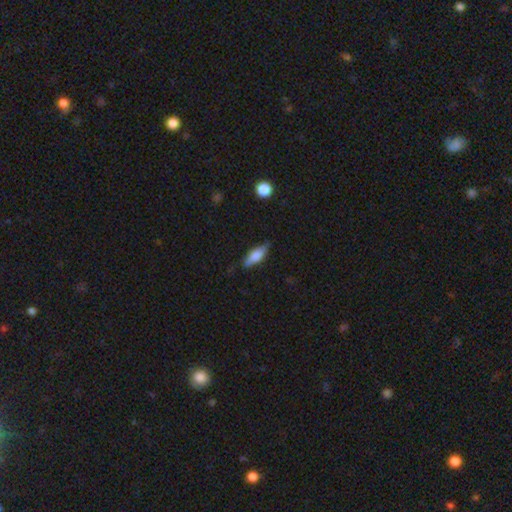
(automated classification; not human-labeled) A smooth galaxy with no disk features (64%) that is in between round and cigar-shaped (62%). Merging: none (72%).